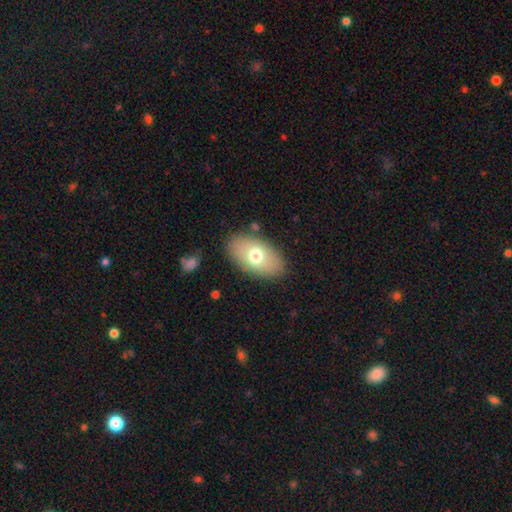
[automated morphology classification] A smooth galaxy with no disk features (69%) that is in between round and cigar-shaped (93%). Merging: none (85%).